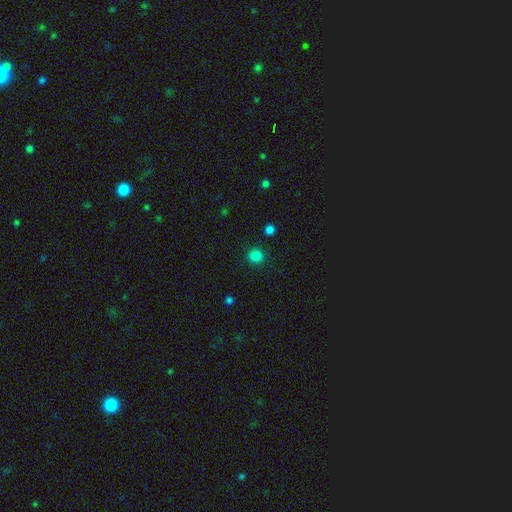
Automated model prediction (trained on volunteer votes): This is clearly a smooth galaxy (84%). How rounded: clearly round (92%). Merging: clearly none (91%).